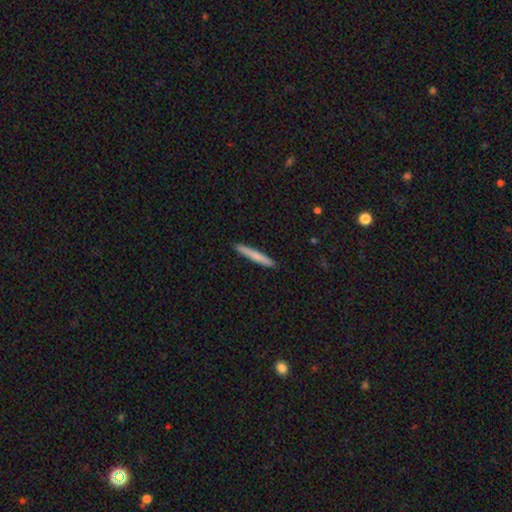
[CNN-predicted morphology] This is likely a smooth galaxy (73%). How rounded: clearly cigar-shaped (96%). Merging: clearly none (91%).